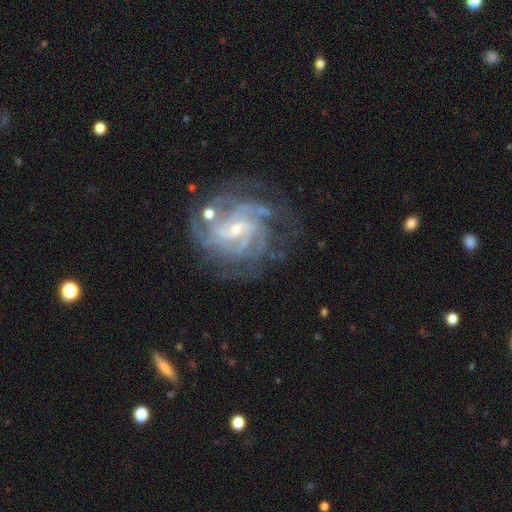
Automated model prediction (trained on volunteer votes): Morphology: type=featured or disk (83%); edge-on=no (97%); bar=weak (47%); spiral arms=yes (95%); winding=tight (59%); arm count=can't tell (30%); bulge=small (65%); merging=none (72%).